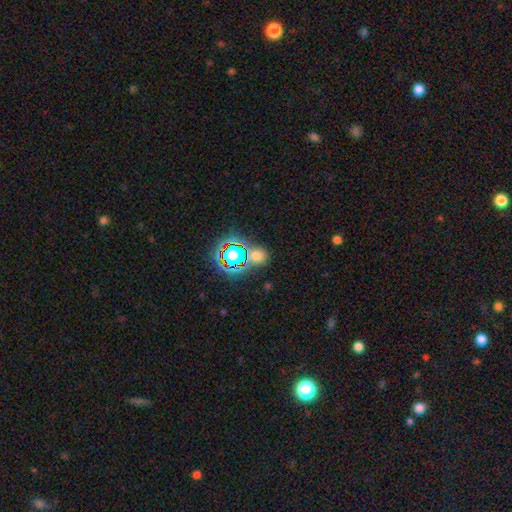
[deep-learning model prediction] Q: Smooth or featured?
A: smooth (49%); runner-up: star or artifact (42%)
Q: Merging?
A: none (69%); runner-up: merger (15%)